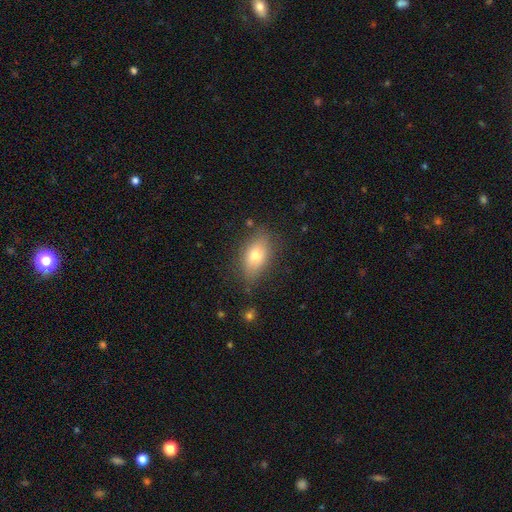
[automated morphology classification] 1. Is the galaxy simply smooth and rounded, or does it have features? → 67% smooth, 24% featured or disk, 9% star or artifact.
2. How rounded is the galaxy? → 84% in between, 8% round, 7% cigar-shaped.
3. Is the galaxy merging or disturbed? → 78% none, 16% minor disturbance, 4% major disturbance, 2% merger.